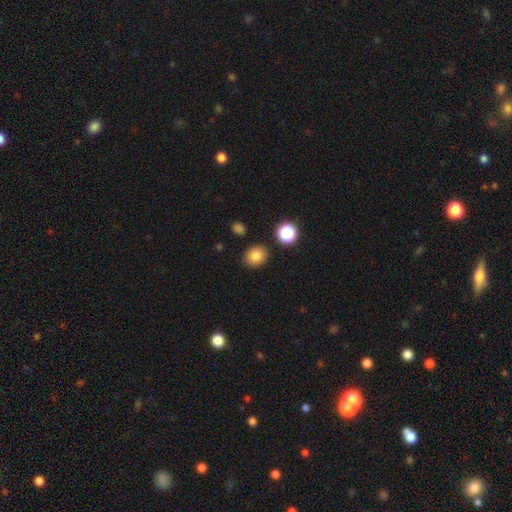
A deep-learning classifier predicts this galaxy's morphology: Smooth or featured? Predicted: smooth (p=0.83). How rounded? Predicted: round (p=0.54). Merging? Predicted: none (p=0.85).